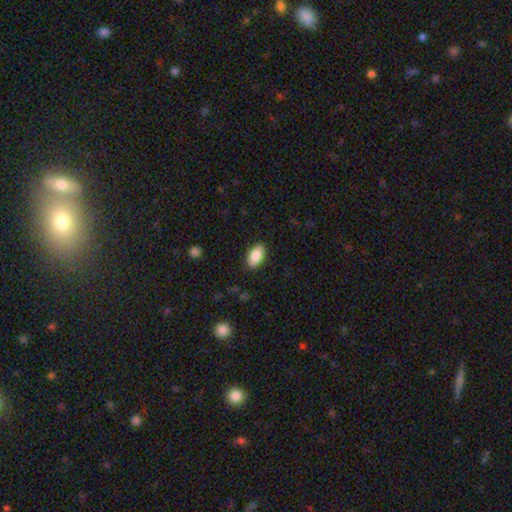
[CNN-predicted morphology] smooth-or-featured: smooth: 87% | star or artifact: 7% | featured or disk: 6%
  how-rounded: in between: 93% | round: 4% | cigar-shaped: 3%
  merging: none: 87% | minor disturbance: 10% | major disturbance: 2% | merger: 1%